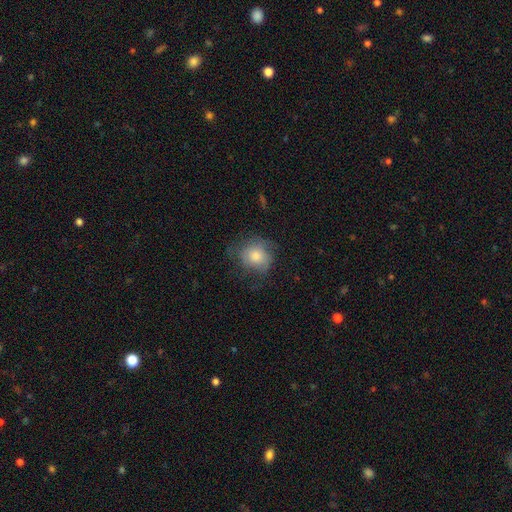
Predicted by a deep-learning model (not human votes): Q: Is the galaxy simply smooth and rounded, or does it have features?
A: smooth — 67%.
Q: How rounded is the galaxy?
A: round — 76%.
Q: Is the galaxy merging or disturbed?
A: none — 58%.